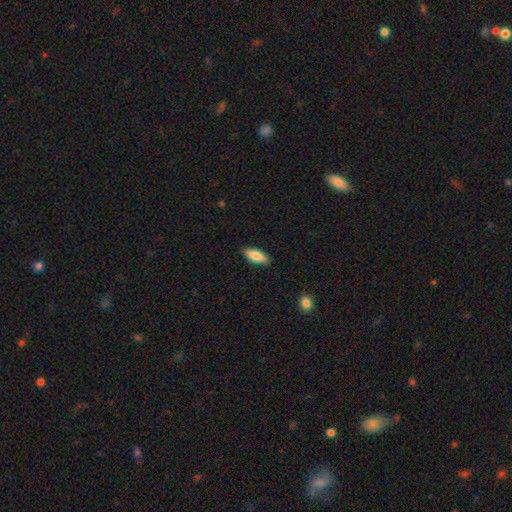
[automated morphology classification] type=smooth (82%); roundness=in between (75%); merging=none (88%).